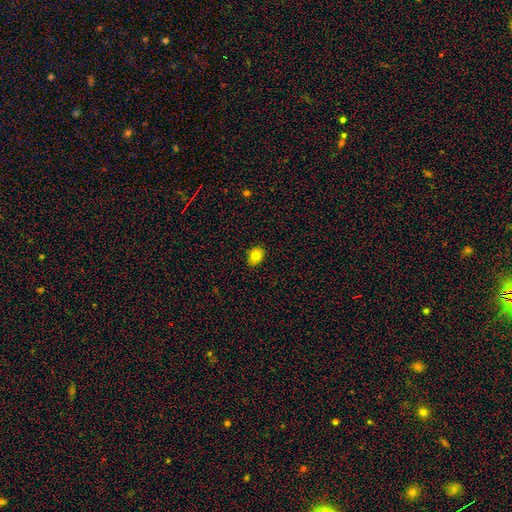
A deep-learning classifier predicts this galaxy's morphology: Smooth or featured: smooth — 82% (star or artifact — 10%)
How rounded: in between — 60% (round — 39%)
Merging: none — 85% (minor disturbance — 12%)